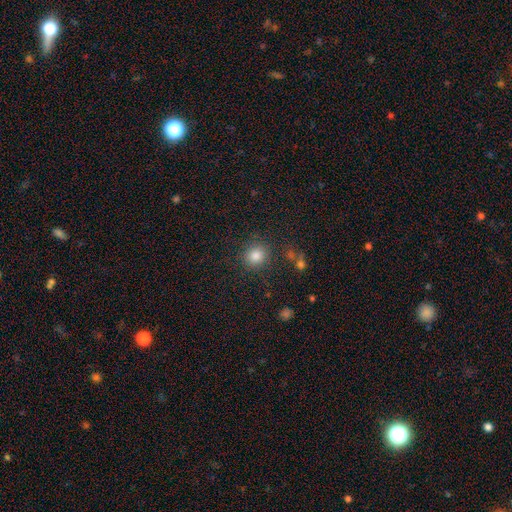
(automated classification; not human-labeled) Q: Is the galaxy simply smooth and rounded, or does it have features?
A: smooth — 83%.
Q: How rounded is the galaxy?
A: round — 82%.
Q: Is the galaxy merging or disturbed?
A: none — 85%.